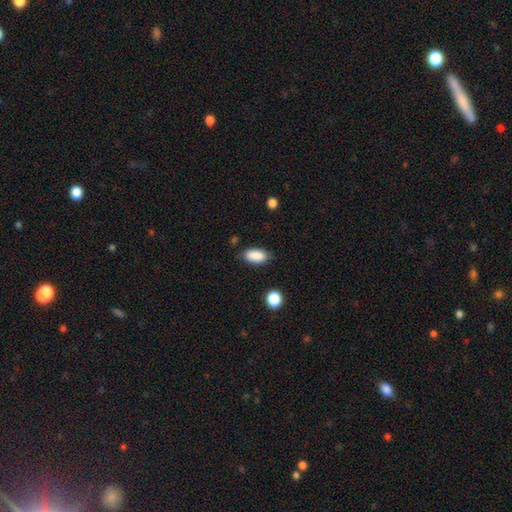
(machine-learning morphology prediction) smooth 89%, star or artifact 7%, featured or disk 4%. Down the decision tree: how rounded — in between (92%); merging — none (80%).